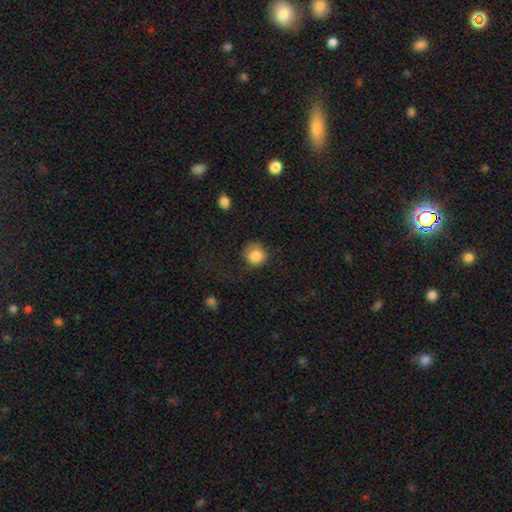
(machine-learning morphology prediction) Overall: smooth (84%). How rounded: round (88%). Merging: none (69%).